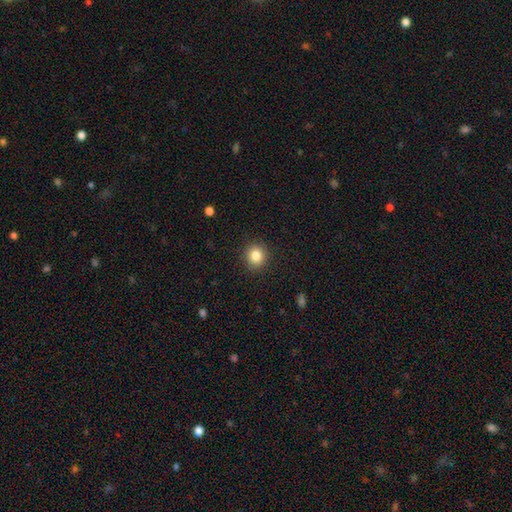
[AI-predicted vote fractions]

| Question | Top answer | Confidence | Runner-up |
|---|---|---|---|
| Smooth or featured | smooth | 84% | star or artifact (10%) |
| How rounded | round | 90% | in between (9%) |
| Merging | none | 91% | minor disturbance (6%) |